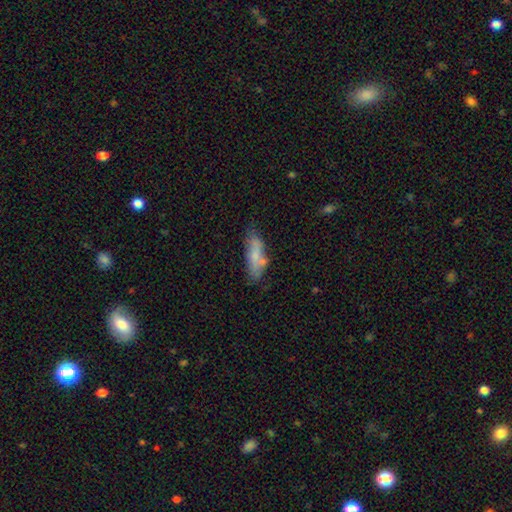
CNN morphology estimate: This appears to be a smooth galaxy with no disk features (67%) that is in between round and cigar-shaped (53%). Merging: none (53%).